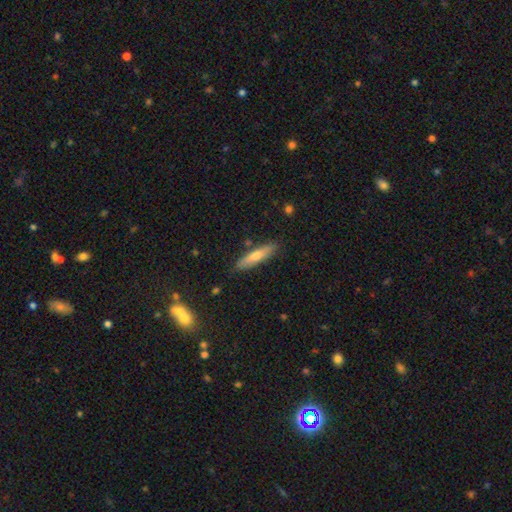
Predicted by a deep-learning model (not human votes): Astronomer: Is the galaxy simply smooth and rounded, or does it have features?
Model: smooth — 62%.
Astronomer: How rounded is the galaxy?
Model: cigar-shaped — 83%.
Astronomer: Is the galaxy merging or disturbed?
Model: none — 86%.